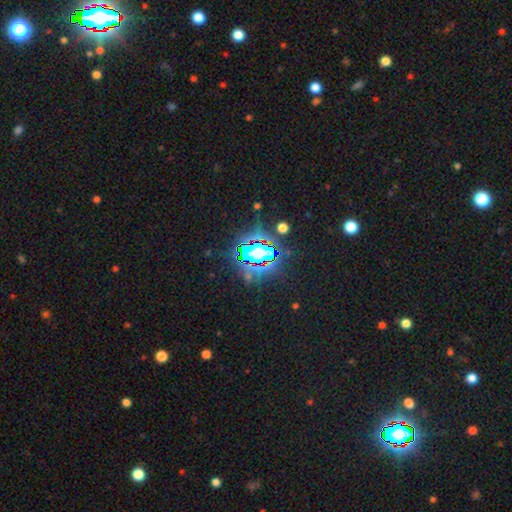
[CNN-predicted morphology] Smooth or featured? Predicted: star or artifact (p=0.82).